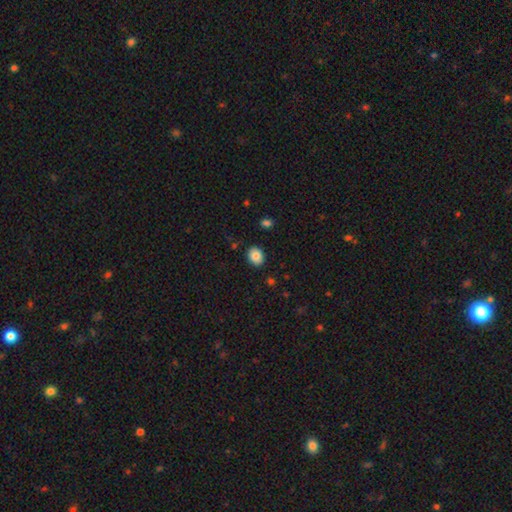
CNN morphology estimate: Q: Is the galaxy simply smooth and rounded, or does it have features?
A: smooth — 84%.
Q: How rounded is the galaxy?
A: in between — 52%.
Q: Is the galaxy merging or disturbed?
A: none — 88%.